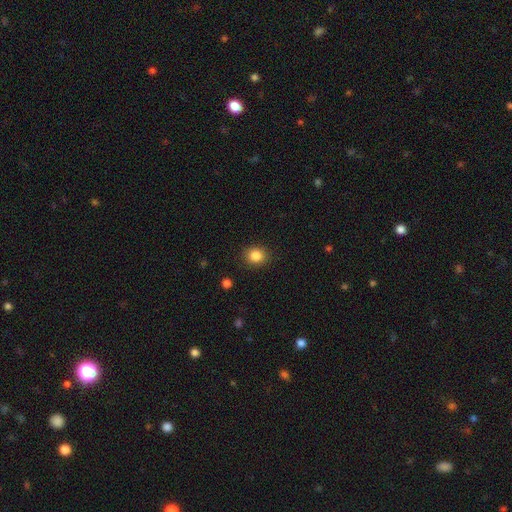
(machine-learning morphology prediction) Smooth or featured? smooth (85%)
How rounded? round (69%)
Merging? none (89%)